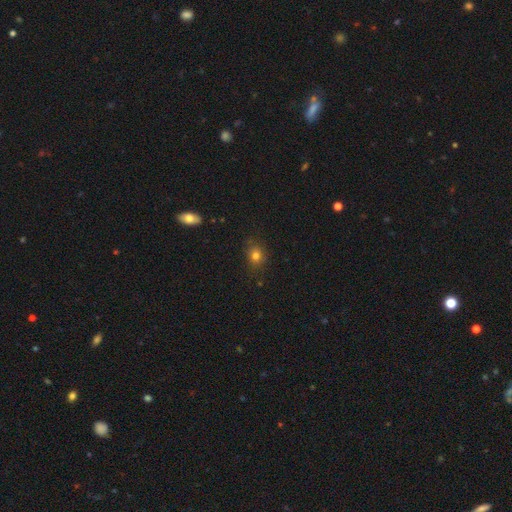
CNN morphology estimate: type=smooth (78%); roundness=round (62%); merging=none (80%).